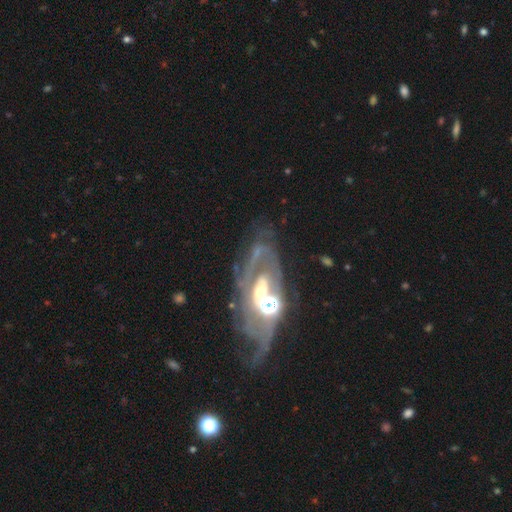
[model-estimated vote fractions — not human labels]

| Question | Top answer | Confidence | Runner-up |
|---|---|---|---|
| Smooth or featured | featured or disk | 80% | star or artifact (11%) |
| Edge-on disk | no | 91% | yes (9%) |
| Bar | no | 53% | weak (29%) |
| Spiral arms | yes | 79% | no (21%) |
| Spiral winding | medium | 40% | tight (39%) |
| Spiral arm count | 2 | 50% | can't tell (24%) |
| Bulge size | moderate | 55% | small (27%) |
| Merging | none | 51% | major disturbance (19%) |